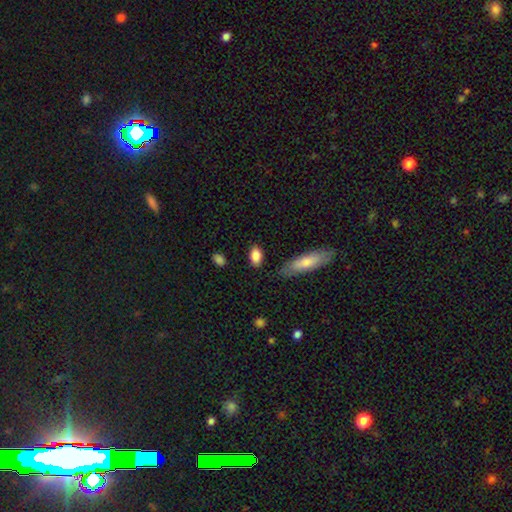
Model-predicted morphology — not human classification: A smooth galaxy with no disk features (85%) that is in between round and cigar-shaped (86%).

Vote fractions:
- Smooth or featured? smooth: 85% / featured or disk: 8% / star or artifact: 7%
- How rounded? in between: 86% / round: 8% / cigar-shaped: 7%
- Merging? none: 82% / minor disturbance: 12% / major disturbance: 3% / merger: 3%